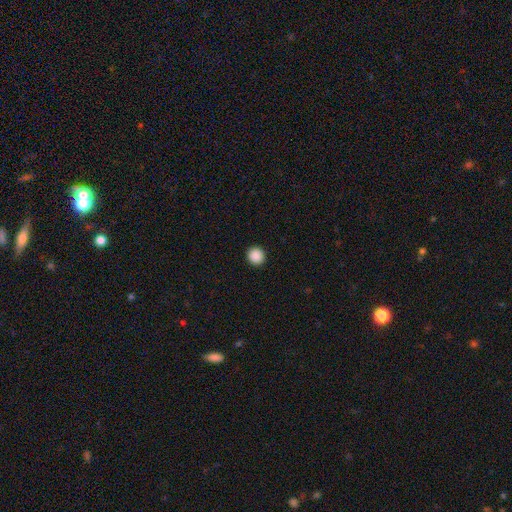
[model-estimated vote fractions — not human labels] Morphology: type=smooth (89%); roundness=round (93%); merging=none (93%).